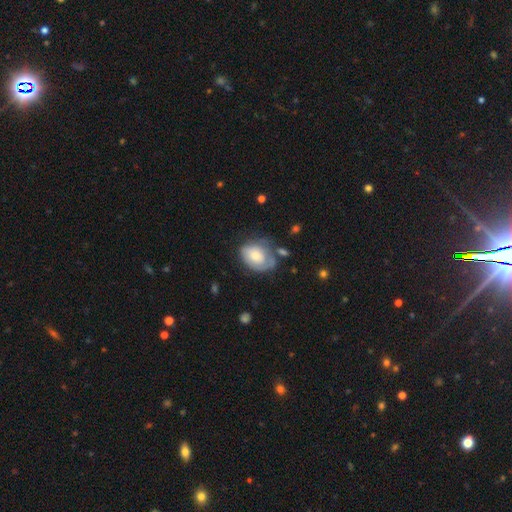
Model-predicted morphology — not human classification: A smooth galaxy with no disk features (54%) that is in between round and cigar-shaped (71%).

Vote fractions:
- Smooth or featured? smooth: 54% / featured or disk: 39% / star or artifact: 7%
- How rounded? in between: 71% / round: 28% / cigar-shaped: 1%
- Merging? none: 46% / minor disturbance: 30% / major disturbance: 18% / merger: 6%